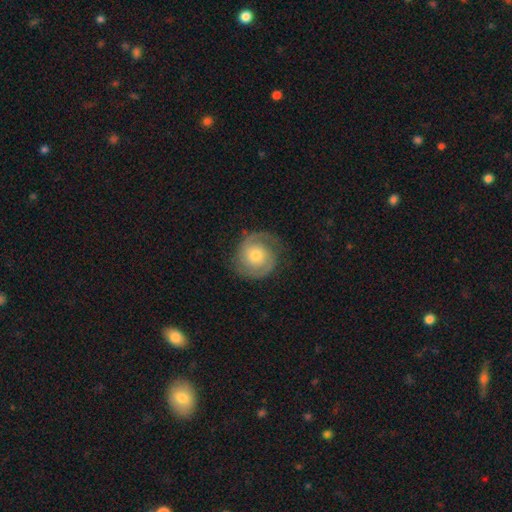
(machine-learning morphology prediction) smooth-or-featured: featured or disk: 81% | smooth: 13% | star or artifact: 6%
  disk-edge-on: no: 98% | yes: 2%
    bar: no: 73% | weak: 23% | strong: 4%
    has-spiral-arms: yes: 96% | no: 4%
      spiral-winding: tight: 51% | medium: 38% | loose: 11%
      spiral-arm-count: 2: 87% | can't tell: 5% | 1: 4% | 3: 2% | 4: 1% | more than 4: 1%
    bulge-size: moderate: 61% | small: 31% | large: 5% | none: 2% | dominant: 1%
  merging: none: 79% | minor disturbance: 14% | major disturbance: 6% | merger: 1%